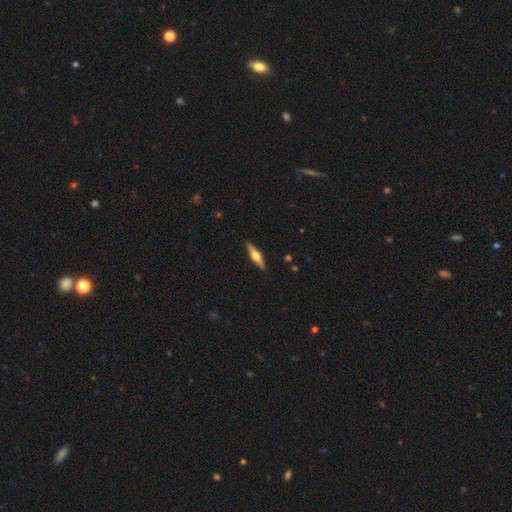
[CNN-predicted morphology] featured or disk 73%, smooth 21%, star or artifact 6%. Down the decision tree: edge-on disk — yes (98%); edge-on bulge — rounded (94%); merging — none (90%).